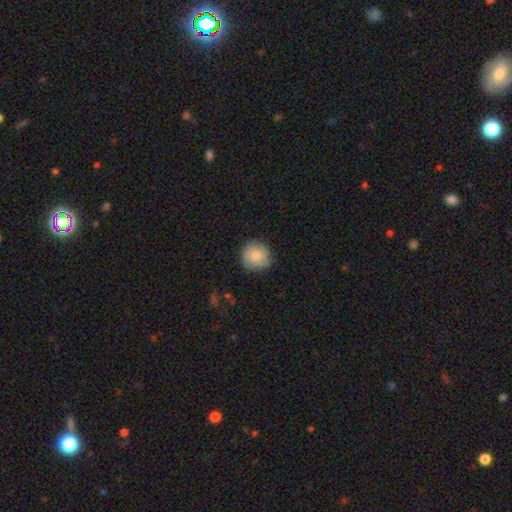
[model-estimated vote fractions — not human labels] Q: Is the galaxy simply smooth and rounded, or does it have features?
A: smooth — 78%.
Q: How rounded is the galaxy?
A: round — 92%.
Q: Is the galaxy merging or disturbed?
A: none — 80%.